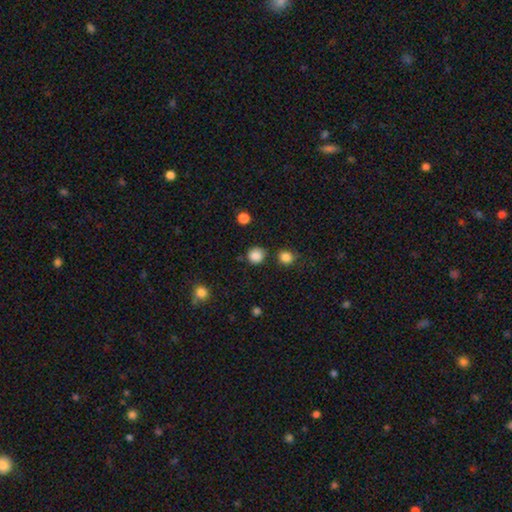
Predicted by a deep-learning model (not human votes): Overall: smooth (85%). How rounded: round (89%). Merging: none (82%).